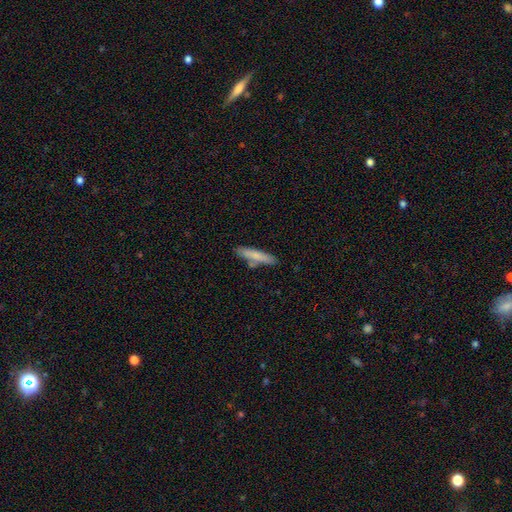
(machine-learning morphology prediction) This is likely a smooth galaxy (76%). How rounded: clearly cigar-shaped (82%). Merging: likely none (75%).